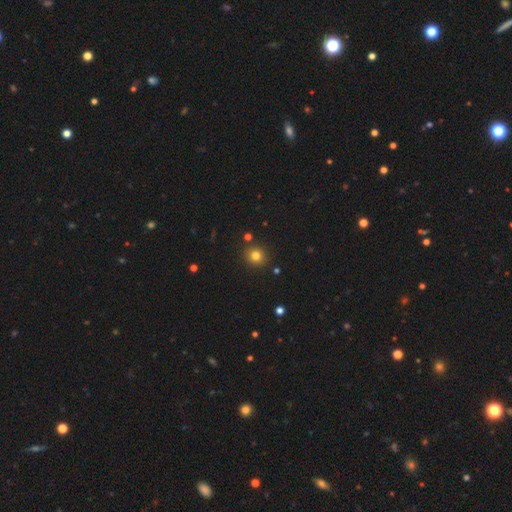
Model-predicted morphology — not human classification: This appears to be a smooth galaxy with no disk features (79%) that is round (90%). Merging: none (88%).